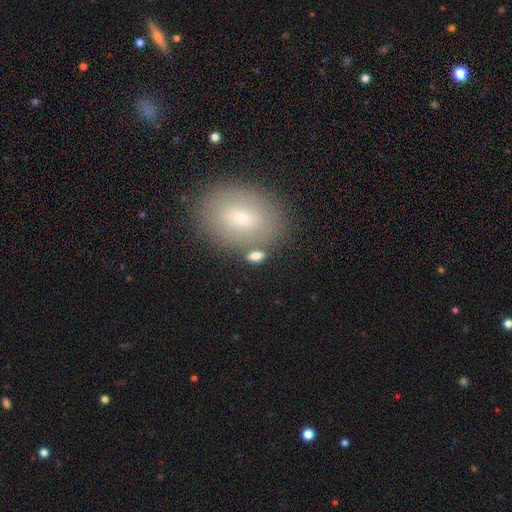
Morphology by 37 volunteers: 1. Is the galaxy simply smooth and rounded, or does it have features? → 78% smooth, 11% featured or disk, 11% star or artifact.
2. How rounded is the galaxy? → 83% in between, 14% round, 3% cigar-shaped.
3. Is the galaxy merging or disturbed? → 67% none, 12% minor disturbance, 12% merger, 9% major disturbance.